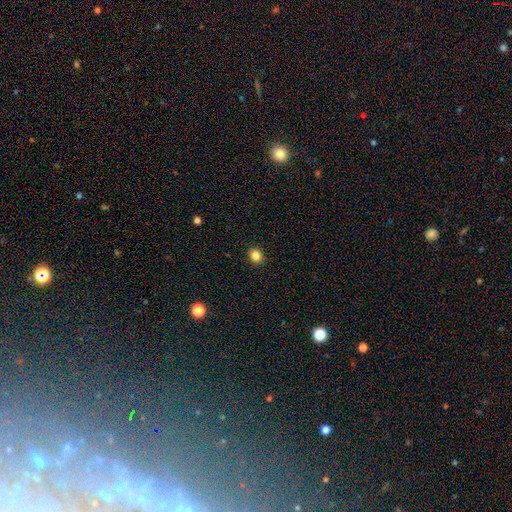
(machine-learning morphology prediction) smooth-or-featured: smooth: 84% | star or artifact: 11% | featured or disk: 4%
  how-rounded: round: 70% | in between: 29% | cigar-shaped: 1%
  merging: none: 90% | minor disturbance: 7% | major disturbance: 2% | merger: 1%